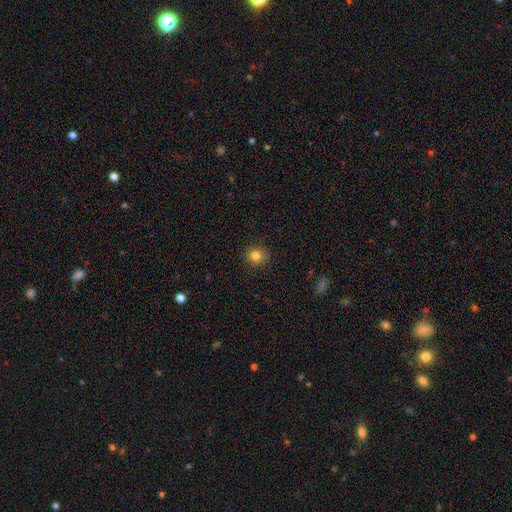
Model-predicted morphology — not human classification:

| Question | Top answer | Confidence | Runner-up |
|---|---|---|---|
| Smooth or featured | smooth | 82% | star or artifact (12%) |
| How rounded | round | 84% | in between (15%) |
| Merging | none | 90% | minor disturbance (7%) |